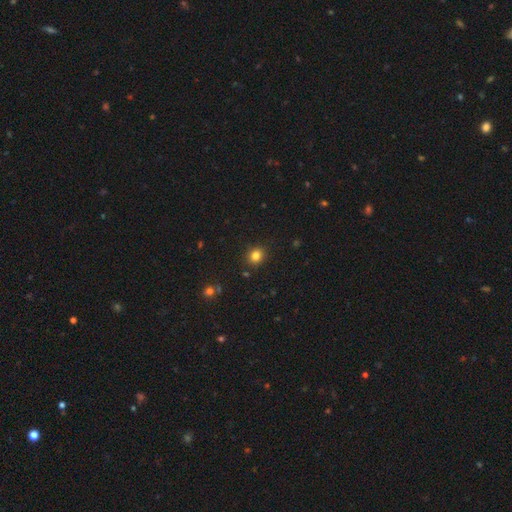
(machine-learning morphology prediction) Smooth or featured? Predicted: smooth (p=0.81). How rounded? Predicted: round (p=0.81). Merging? Predicted: none (p=0.89).